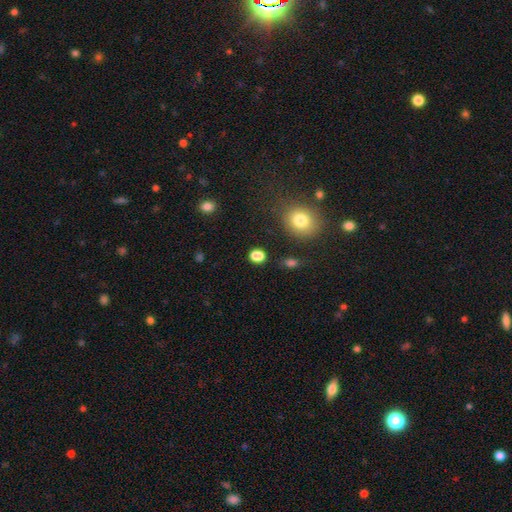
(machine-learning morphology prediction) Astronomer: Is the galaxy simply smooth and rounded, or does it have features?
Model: smooth — 80%.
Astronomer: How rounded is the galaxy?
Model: round — 60% (runner-up: in between, 38%).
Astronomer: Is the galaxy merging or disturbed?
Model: none — 80%.